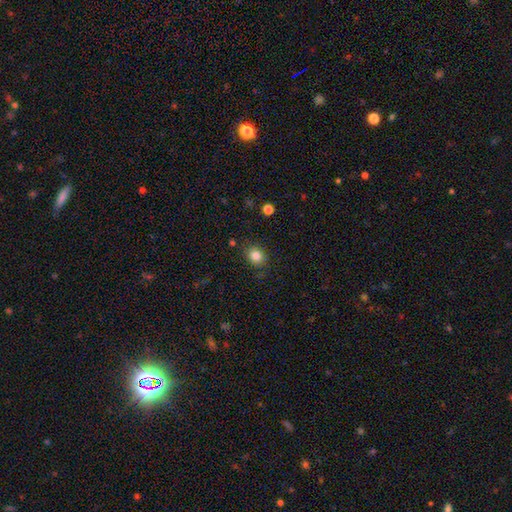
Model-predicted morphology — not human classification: Smooth or featured? Predicted: smooth (p=0.84). How rounded? Predicted: round (p=0.63). Merging? Predicted: none (p=0.85).